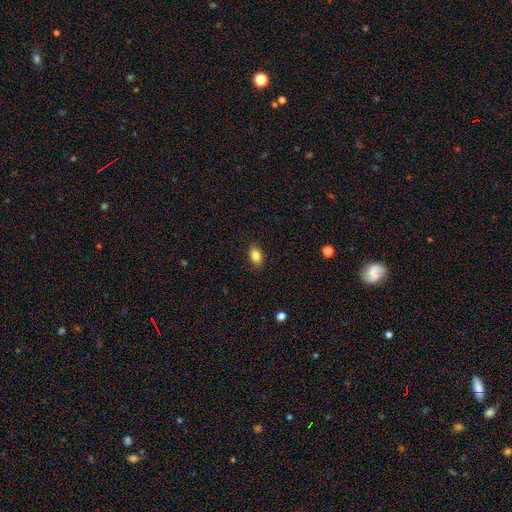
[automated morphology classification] The model was most divided on "smooth or featured": smooth: 84%, star or artifact: 9%, featured or disk: 7%. More confident: merging — none (88%); how rounded — in between (87%).